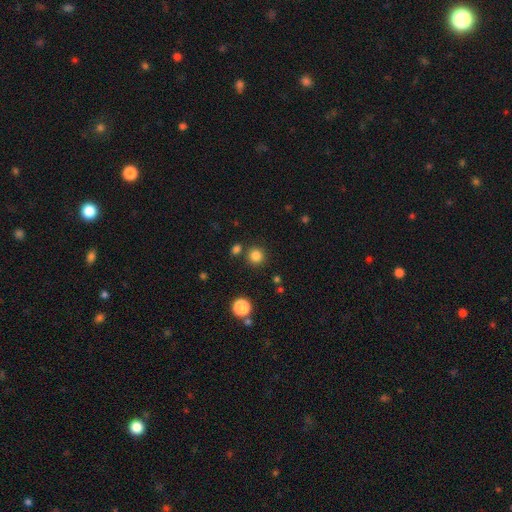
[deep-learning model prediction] Q: Smooth or featured?
A: smooth (82%); runner-up: star or artifact (14%)
Q: How rounded?
A: round (92%); runner-up: in between (7%)
Q: Merging?
A: none (83%); runner-up: merger (7%)